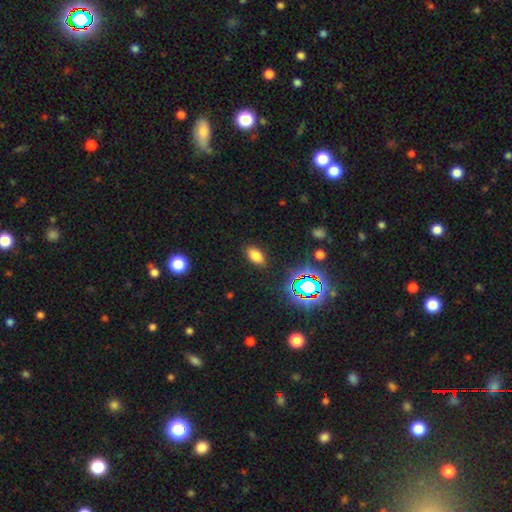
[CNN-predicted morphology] This is likely a smooth galaxy (74%). How rounded: clearly in between (90%). Merging: clearly none (87%).